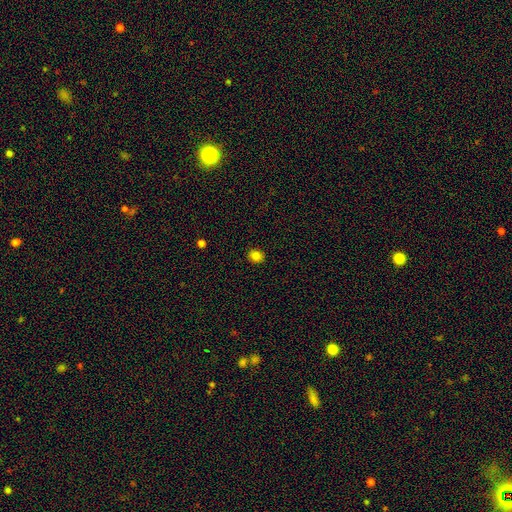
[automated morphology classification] Q: Smooth or featured?
A: smooth (83%); runner-up: star or artifact (12%)
Q: How rounded?
A: round (72%); runner-up: in between (27%)
Q: Merging?
A: none (90%); runner-up: minor disturbance (7%)